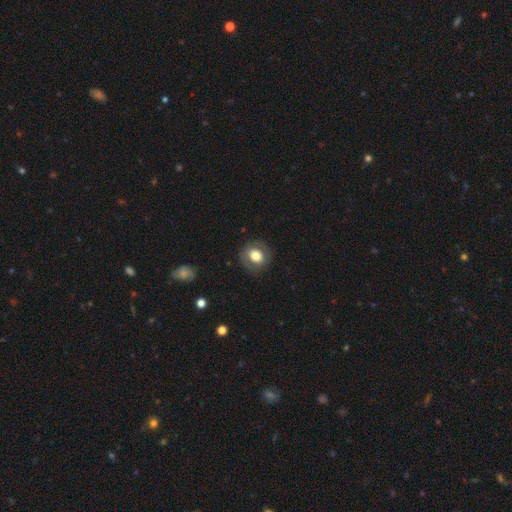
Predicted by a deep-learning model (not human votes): smooth 69%, featured or disk 22%, star or artifact 8%. Down the decision tree: how rounded — round (71%); merging — none (82%).